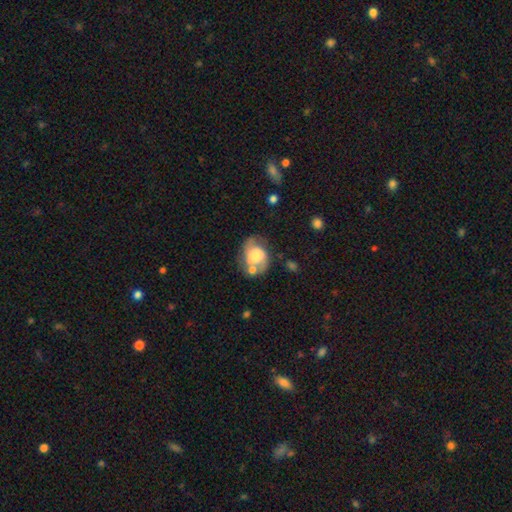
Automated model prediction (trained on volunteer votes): Q: Smooth or featured?
A: featured or disk (56%); runner-up: smooth (36%)
Q: Edge-on disk?
A: no (97%); runner-up: yes (3%)
Q: Bar?
A: no (65%); runner-up: weak (29%)
Q: Spiral arms?
A: yes (81%); runner-up: no (19%)
Q: Bulge size?
A: moderate (31%); runner-up: large (27%)
Q: Merging?
A: none (47%); runner-up: minor disturbance (24%)